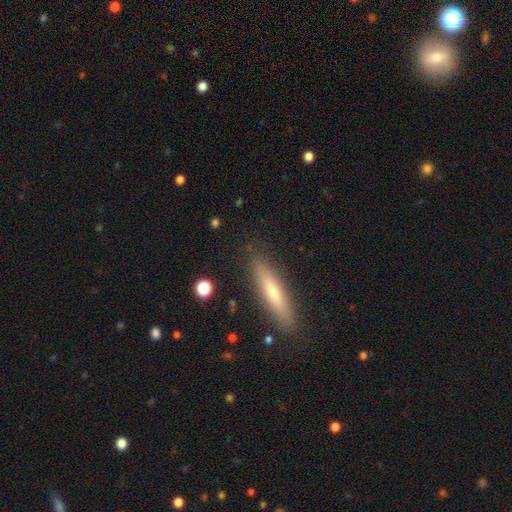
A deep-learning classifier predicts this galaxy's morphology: A smooth galaxy with no disk features (50%). Merging: none (86%).